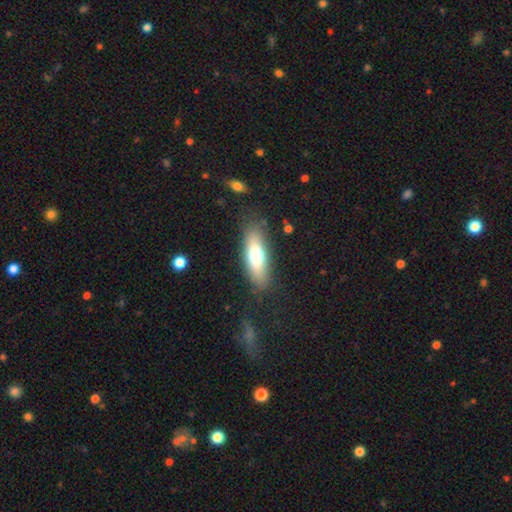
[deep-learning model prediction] Smooth or featured: smooth — 67% (featured or disk — 26%)
How rounded: in between — 60% (cigar-shaped — 37%)
Merging: none — 84% (minor disturbance — 11%)